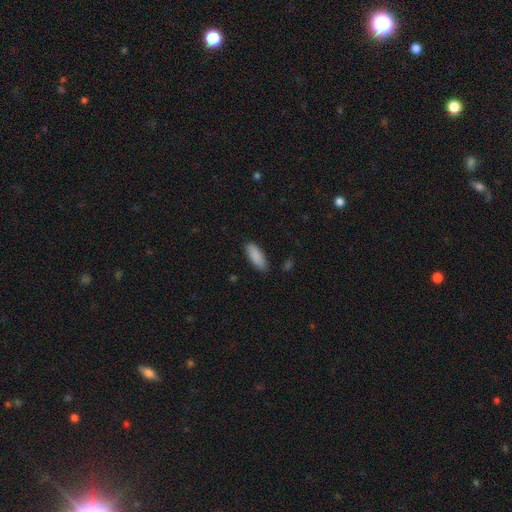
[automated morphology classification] Smooth or featured? smooth (89%)
How rounded? in between (74%)
Merging? none (85%)